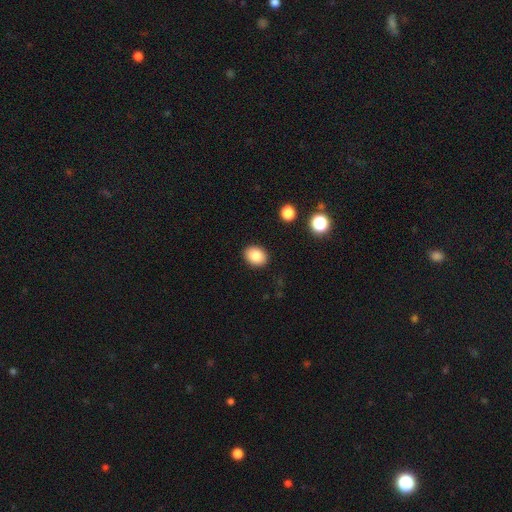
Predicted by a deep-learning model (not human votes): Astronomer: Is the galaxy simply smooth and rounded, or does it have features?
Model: smooth — 85%.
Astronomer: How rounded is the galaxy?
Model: in between — 62% (runner-up: round, 37%).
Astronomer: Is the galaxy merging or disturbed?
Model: none — 89%.